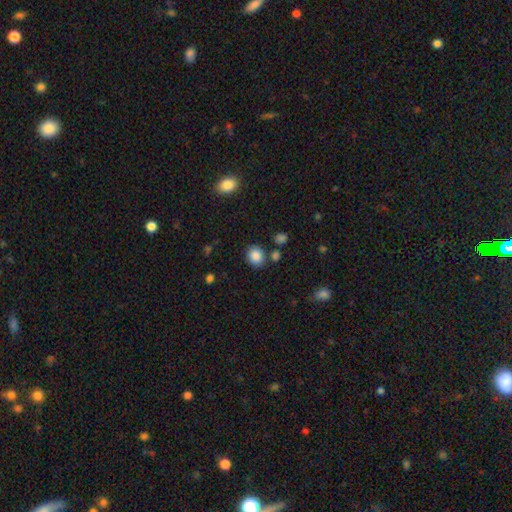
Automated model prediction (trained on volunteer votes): smooth-or-featured: smooth: 85% | star or artifact: 10% | featured or disk: 5%
  how-rounded: round: 75% | in between: 24% | cigar-shaped: 1%
  merging: none: 81% | minor disturbance: 10% | merger: 6% | major disturbance: 3%